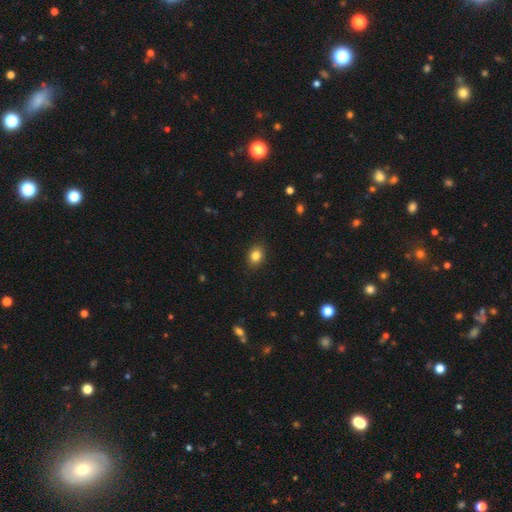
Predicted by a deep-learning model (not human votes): smooth_or_featured: smooth (p=0.84) [alt: star or artifact p=0.10]
how_rounded: in between (p=0.58) [alt: round p=0.41]
merging: none (p=0.88) [alt: minor disturbance p=0.09]